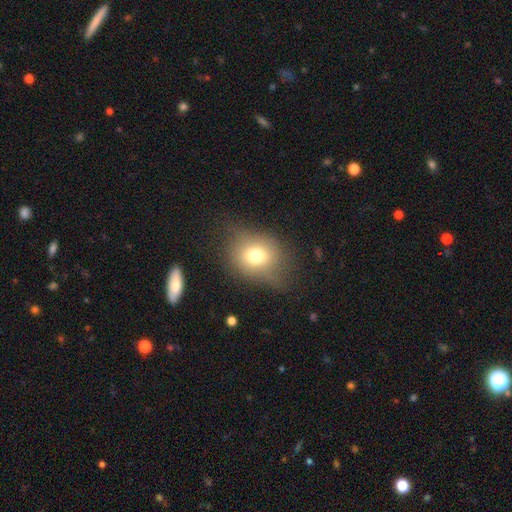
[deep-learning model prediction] This appears to be a smooth galaxy with no disk features (70%) that is round (53%). Merging: none (59%).